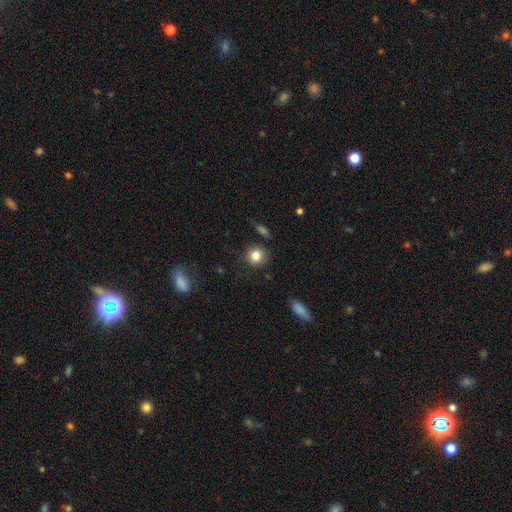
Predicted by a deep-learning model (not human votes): A smooth galaxy with no disk features (83%) that is round (87%).

Vote fractions:
- Smooth or featured? smooth: 83% / star or artifact: 10% / featured or disk: 7%
- How rounded? round: 87% / in between: 11% / cigar-shaped: 1%
- Merging? none: 83% / minor disturbance: 11% / major disturbance: 3% / merger: 3%